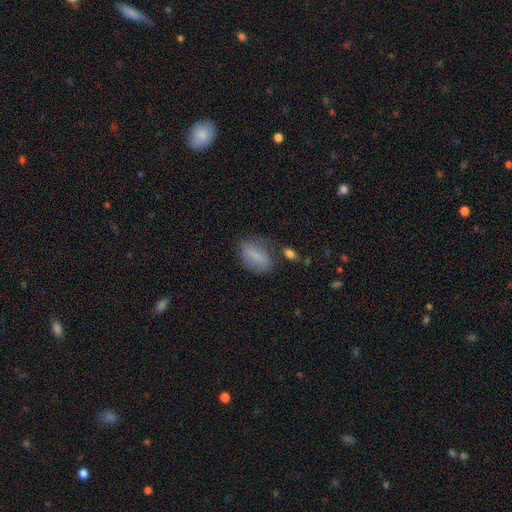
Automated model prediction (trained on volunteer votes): A smooth galaxy with no disk features (71%) that is in between round and cigar-shaped (81%).

Vote fractions:
- Smooth or featured? smooth: 71% / featured or disk: 20% / star or artifact: 9%
- How rounded? in between: 81% / round: 12% / cigar-shaped: 6%
- Merging? none: 63% / minor disturbance: 23% / major disturbance: 9% / merger: 5%